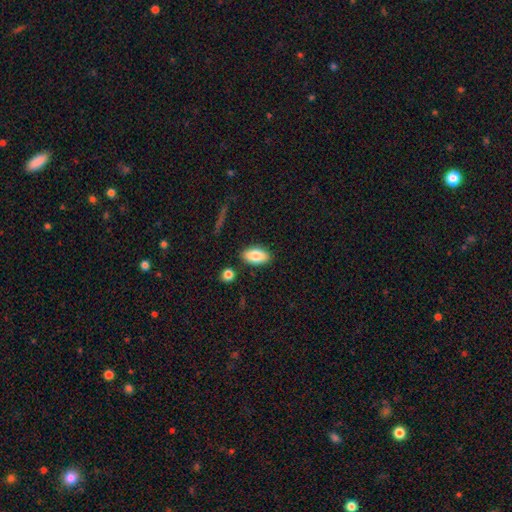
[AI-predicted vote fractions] Overall: smooth (84%). How rounded: in between (92%). Merging: none (84%).